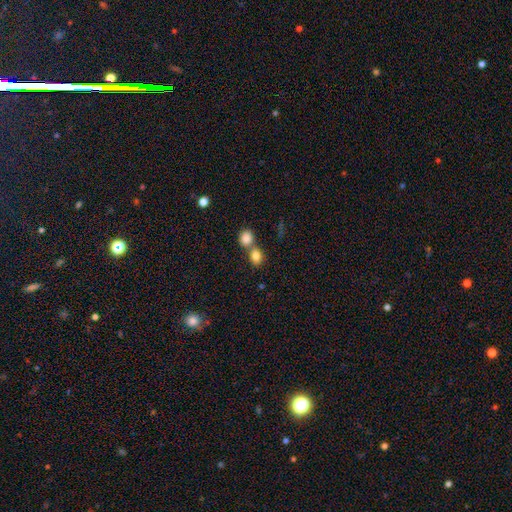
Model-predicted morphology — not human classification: The model was most divided on "how rounded": round: 50%, in between: 49%, cigar-shaped: 1%. Remaining: smooth or featured — smooth (83%); merging — merger (48%).